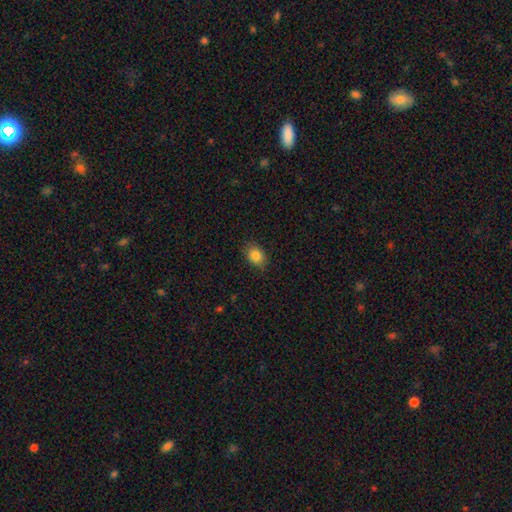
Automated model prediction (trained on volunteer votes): Smooth or featured? Predicted: smooth (p=0.84). How rounded? Predicted: in between (p=0.63). Merging? Predicted: none (p=0.82).